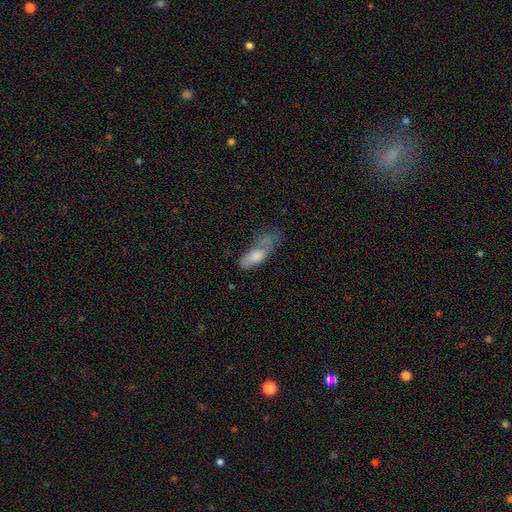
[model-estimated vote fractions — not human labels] This is likely a smooth galaxy (67%). How rounded: likely in between (69%). Merging: marginally major disturbance (34%).